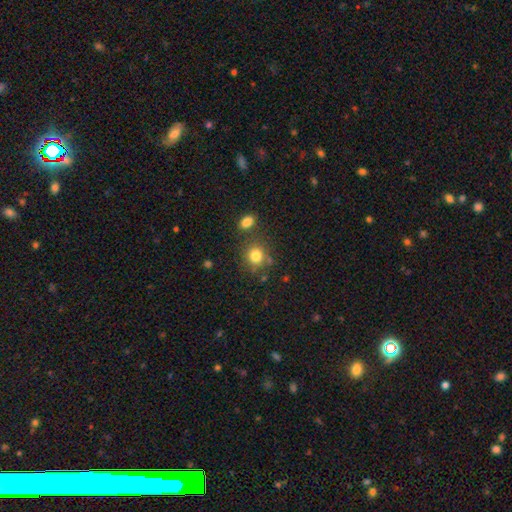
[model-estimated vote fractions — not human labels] This appears to be a smooth galaxy with no disk features (81%) that is round (84%). Merging: none (73%).